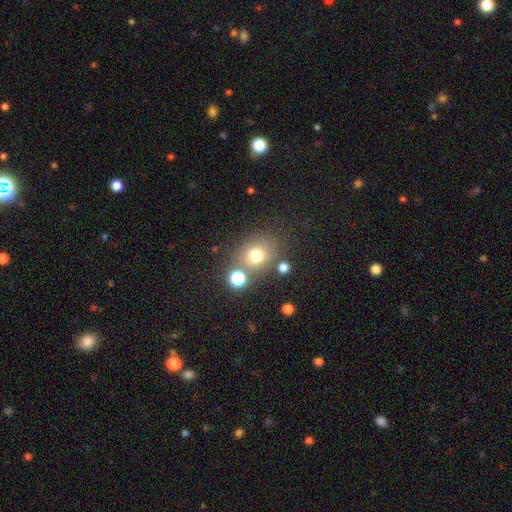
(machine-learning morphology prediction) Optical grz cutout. It shows a smooth galaxy with no disk features (73%) that is round (69%). Merging: none (69%).